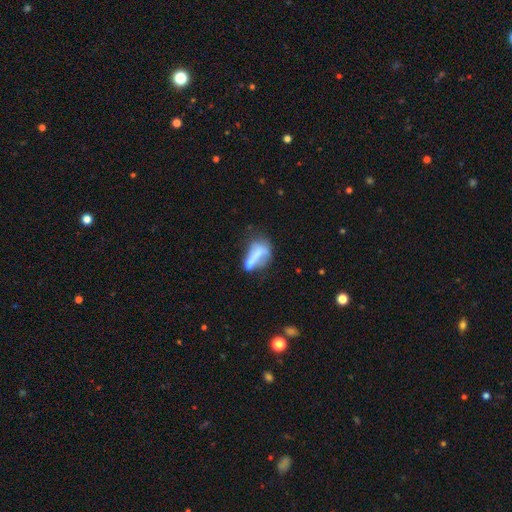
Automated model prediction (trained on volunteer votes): Smooth or featured: smooth — 54% (featured or disk — 36%)
How rounded: in between — 60% (cigar-shaped — 32%)
Merging: none — 30% (major disturbance — 27%)